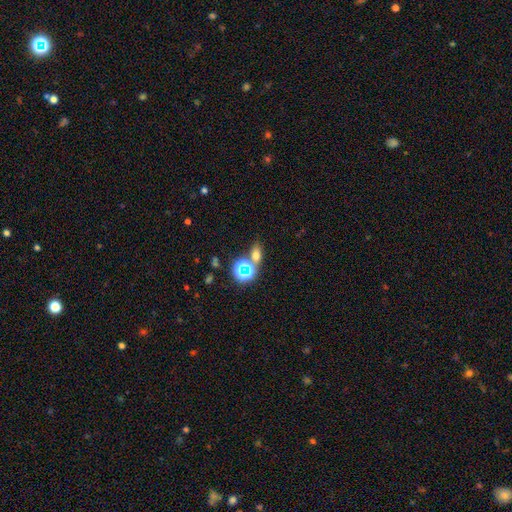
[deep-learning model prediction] Morphology: type=smooth (58%); roundness=in between (68%); merging=none (64%).